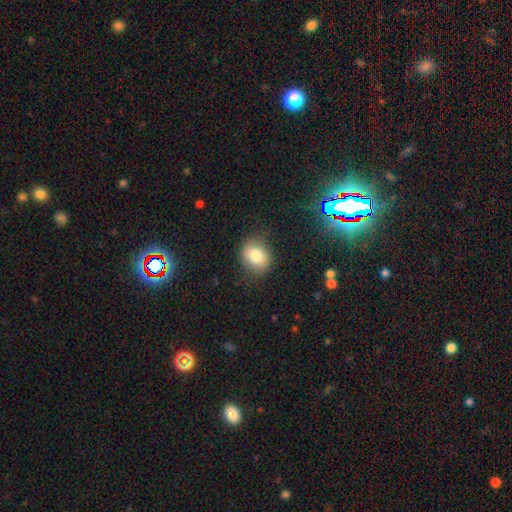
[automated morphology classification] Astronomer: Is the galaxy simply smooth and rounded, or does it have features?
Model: smooth — 80%.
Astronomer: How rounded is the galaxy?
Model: round — 59% (runner-up: in between, 40%).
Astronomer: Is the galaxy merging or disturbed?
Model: none — 80%.